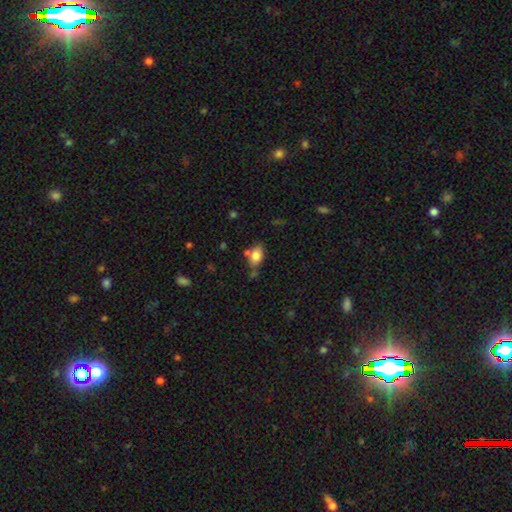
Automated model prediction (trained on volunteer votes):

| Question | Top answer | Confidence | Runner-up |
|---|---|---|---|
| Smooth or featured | smooth | 79% | featured or disk (12%) |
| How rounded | in between | 83% | round (15%) |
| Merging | none | 58% | minor disturbance (21%) |